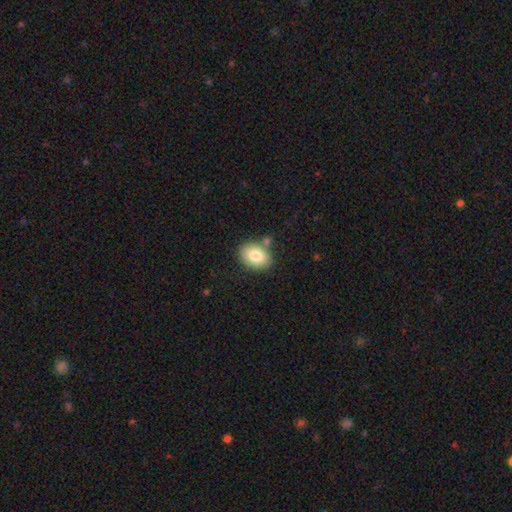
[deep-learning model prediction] A smooth galaxy with no disk features (81%) that is in between round and cigar-shaped (75%). Merging: none (74%).